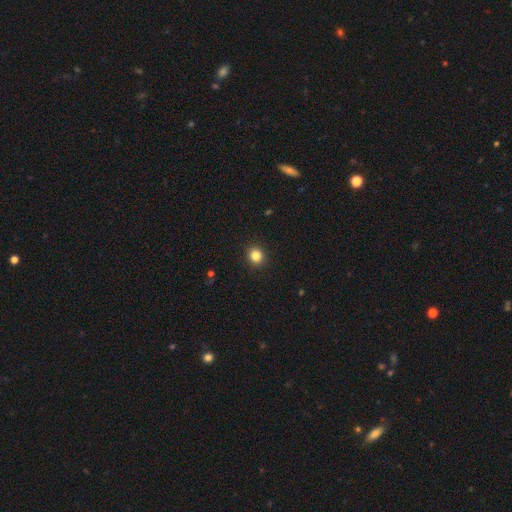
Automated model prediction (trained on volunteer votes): This is clearly a smooth galaxy (84%). How rounded: clearly round (82%). Merging: clearly none (92%).